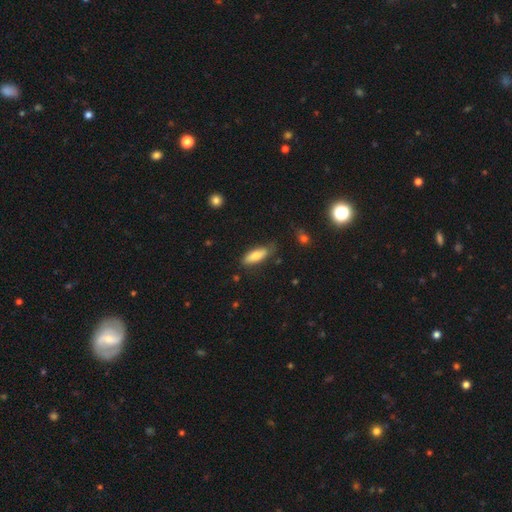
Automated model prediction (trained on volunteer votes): Overall: smooth (80%). How rounded: in between (60%; cigar-shaped 38%). Merging: none (71%).